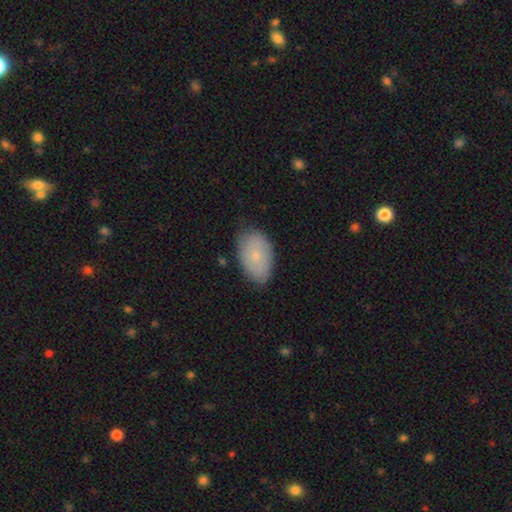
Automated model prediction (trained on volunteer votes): Smooth or featured? Predicted: smooth (p=0.71). How rounded? Predicted: in between (p=0.91). Merging? Predicted: none (p=0.75).